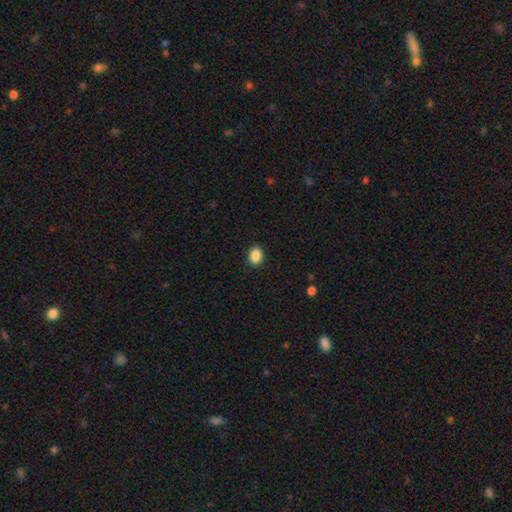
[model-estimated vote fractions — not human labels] A smooth galaxy with no disk features (89%) that is in between round and cigar-shaped (59%).

Vote fractions:
- Smooth or featured? smooth: 89% / star or artifact: 9% / featured or disk: 3%
- How rounded? in between: 59% / round: 40% / cigar-shaped: 1%
- Merging? none: 89% / minor disturbance: 8% / major disturbance: 2% / merger: 1%